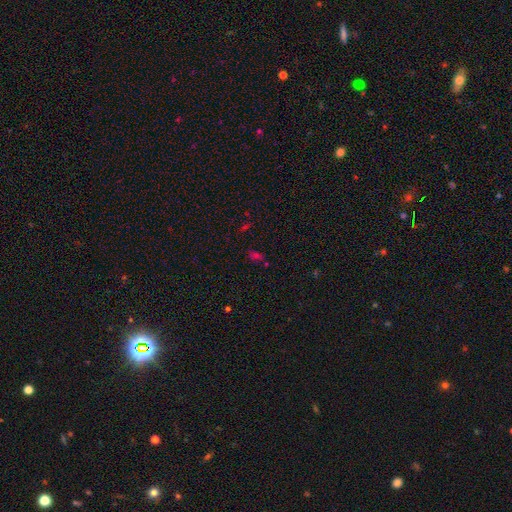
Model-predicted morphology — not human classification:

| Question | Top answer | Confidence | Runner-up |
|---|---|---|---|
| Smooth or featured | smooth | 48% | star or artifact (43%) |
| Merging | none | 66% | minor disturbance (16%) |